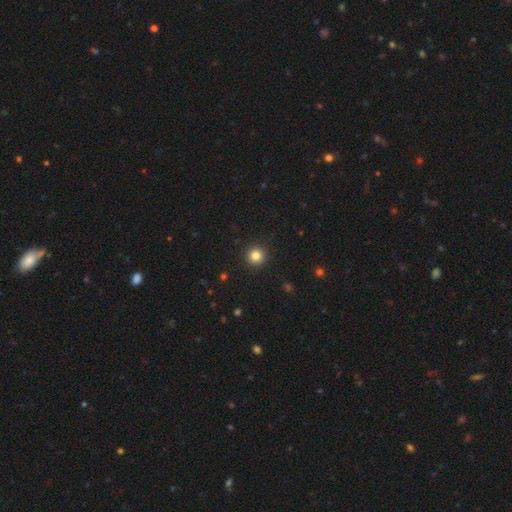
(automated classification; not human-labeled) smooth-or-featured: smooth: 83% | star or artifact: 12% | featured or disk: 5%
  how-rounded: round: 96% | in between: 3% | cigar-shaped: 1%
  merging: none: 93% | minor disturbance: 5% | major disturbance: 2% | merger: 1%